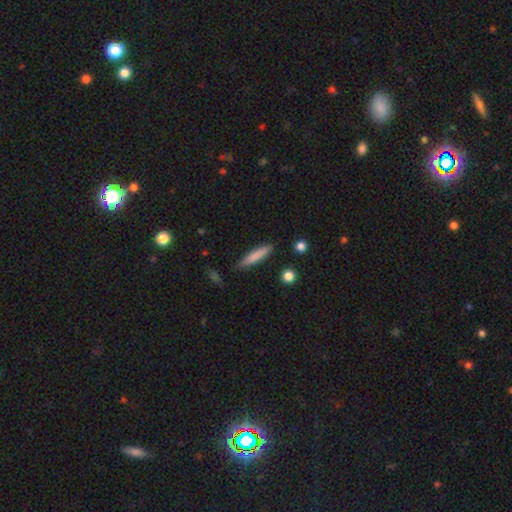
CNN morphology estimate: This appears to be a smooth galaxy with no disk features (79%) that is cigar-shaped (89%). Merging: none (86%).